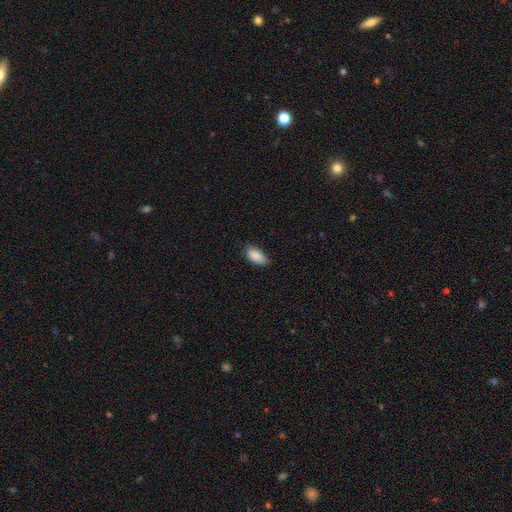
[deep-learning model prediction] smooth_or_featured: smooth (p=0.89) [alt: star or artifact p=0.07]
how_rounded: in between (p=0.92) [alt: cigar-shaped p=0.05]
merging: none (p=0.75) [alt: minor disturbance p=0.21]